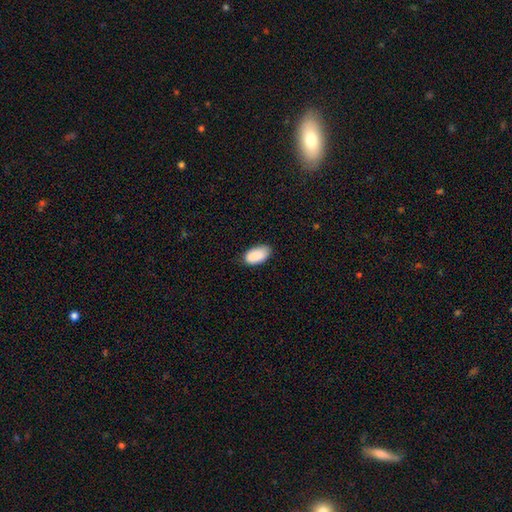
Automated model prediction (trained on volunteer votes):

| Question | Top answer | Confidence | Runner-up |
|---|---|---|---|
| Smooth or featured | smooth | 89% | star or artifact (7%) |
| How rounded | in between | 95% | round (3%) |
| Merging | none | 76% | minor disturbance (20%) |